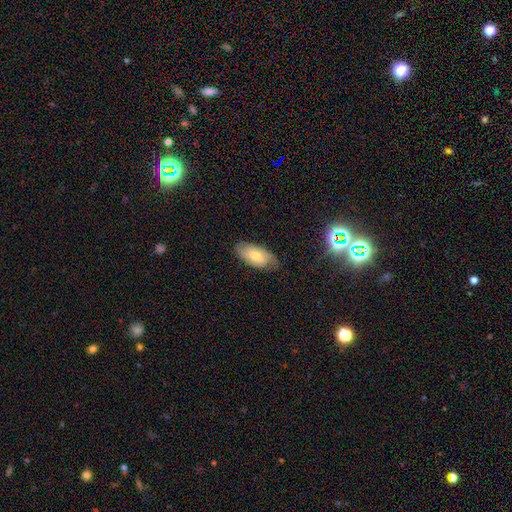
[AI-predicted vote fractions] A featured or disk galaxy (54%).

Vote fractions:
- Smooth or featured? featured or disk: 54% / smooth: 36% / star or artifact: 10%
- Edge-on disk? no: 90% / yes: 10%
- Merging? none: 75% / minor disturbance: 19% / major disturbance: 5% / merger: 1%